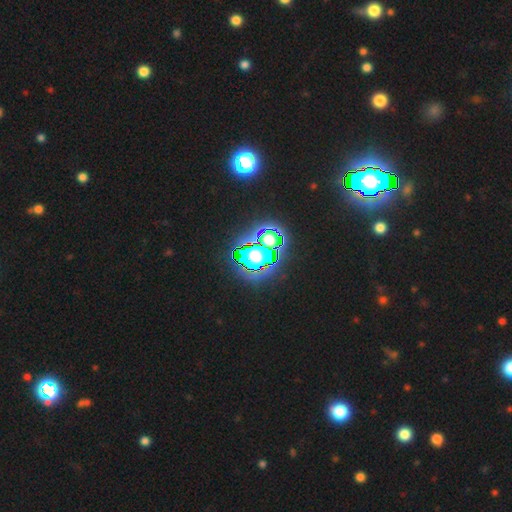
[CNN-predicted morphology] Smooth or featured: star or artifact — 65% (smooth — 19%)